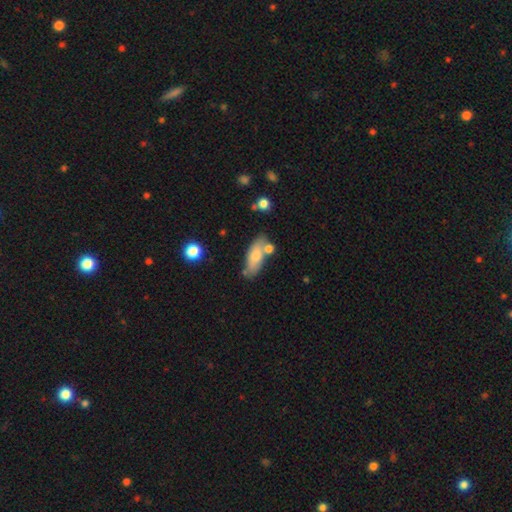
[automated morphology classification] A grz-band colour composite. It shows a smooth galaxy with no disk features (71%) that is in between round and cigar-shaped (79%). Merging: none (63%).